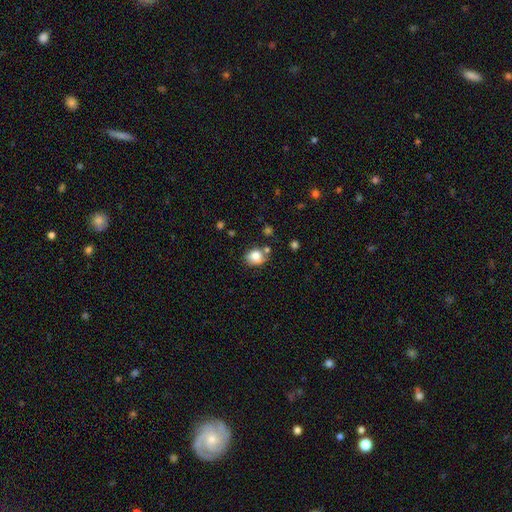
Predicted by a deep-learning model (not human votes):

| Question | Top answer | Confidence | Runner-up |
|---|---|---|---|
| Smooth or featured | smooth | 80% | star or artifact (10%) |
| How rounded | round | 62% | in between (37%) |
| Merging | none | 67% | minor disturbance (18%) |